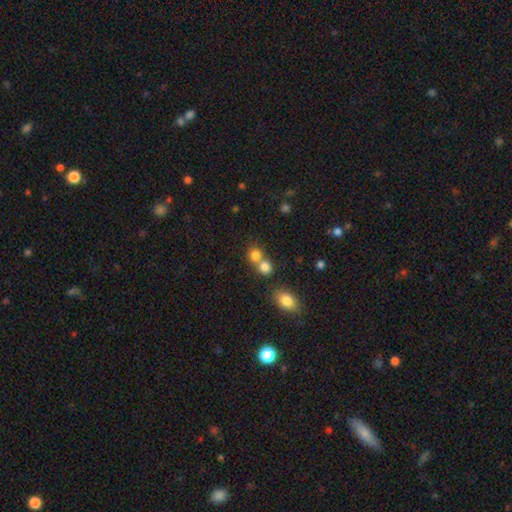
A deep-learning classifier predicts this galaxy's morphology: Q: Smooth or featured?
A: smooth (80%); runner-up: star or artifact (13%)
Q: How rounded?
A: round (81%); runner-up: in between (18%)
Q: Merging?
A: merger (50%); runner-up: none (42%)